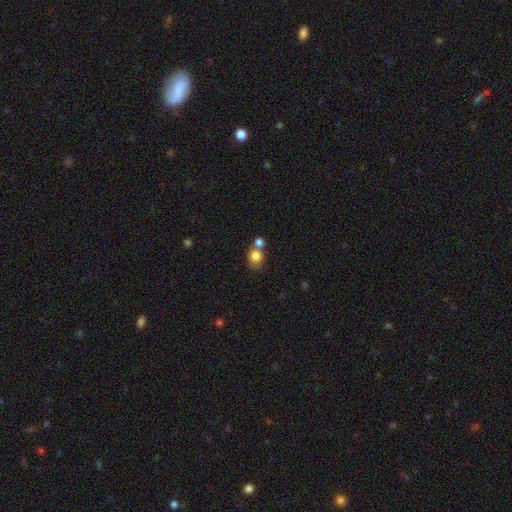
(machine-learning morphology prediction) This is clearly a smooth galaxy (82%). How rounded: likely round (69%). Merging: possibly none (46%).